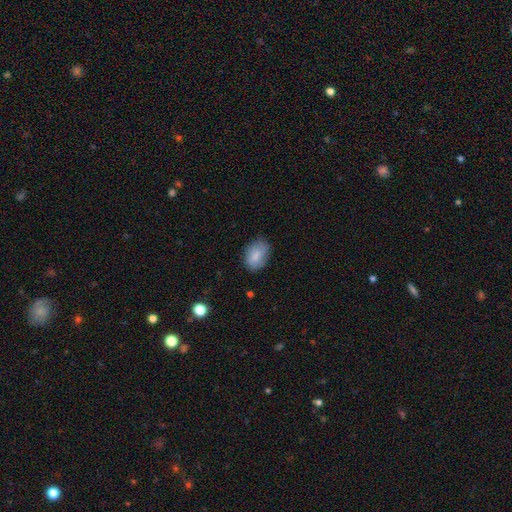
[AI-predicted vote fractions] A smooth galaxy with no disk features (80%) that is in between round and cigar-shaped (80%).

Vote fractions:
- Smooth or featured? smooth: 80% / featured or disk: 13% / star or artifact: 7%
- How rounded? in between: 80% / round: 19% / cigar-shaped: 1%
- Merging? none: 69% / minor disturbance: 24% / major disturbance: 6% / merger: 1%